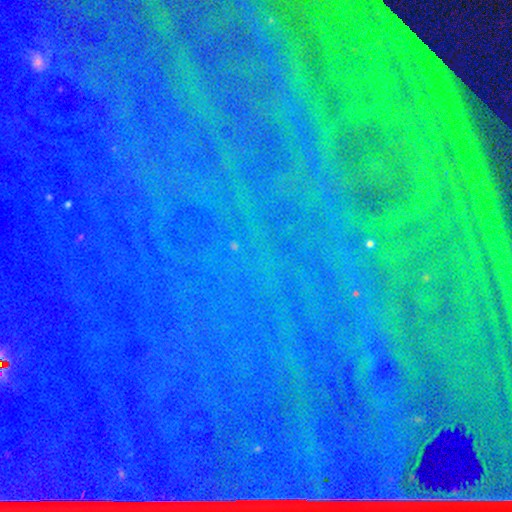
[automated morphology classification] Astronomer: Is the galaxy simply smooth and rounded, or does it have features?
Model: star or artifact — 84%.